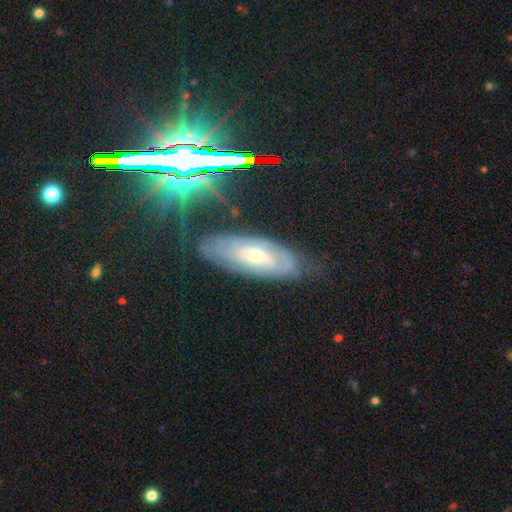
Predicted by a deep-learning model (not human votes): smooth-or-featured: featured or disk: 66% | smooth: 20% | star or artifact: 15%
  disk-edge-on: no: 83% | yes: 17%
    bar: no: 50% | weak: 37% | strong: 13%
    has-spiral-arms: yes: 79% | no: 21%
    bulge-size: moderate: 49% | small: 47% | large: 2% | none: 1% | dominant: 1%
  merging: none: 75% | minor disturbance: 18% | major disturbance: 5% | merger: 2%